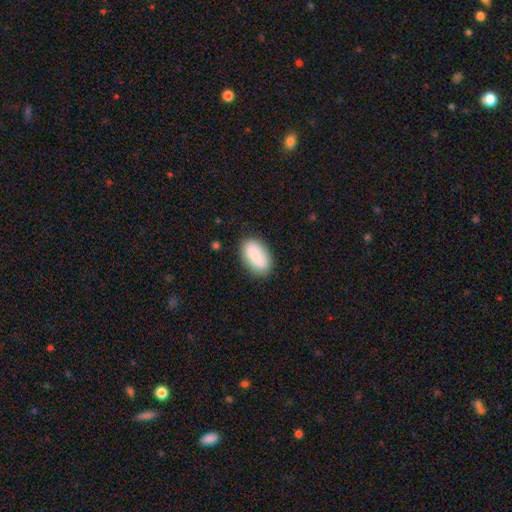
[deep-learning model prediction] smooth-or-featured: smooth: 76% | featured or disk: 17% | star or artifact: 7%
  how-rounded: in between: 93% | round: 5% | cigar-shaped: 2%
  merging: none: 81% | minor disturbance: 14% | major disturbance: 3% | merger: 2%